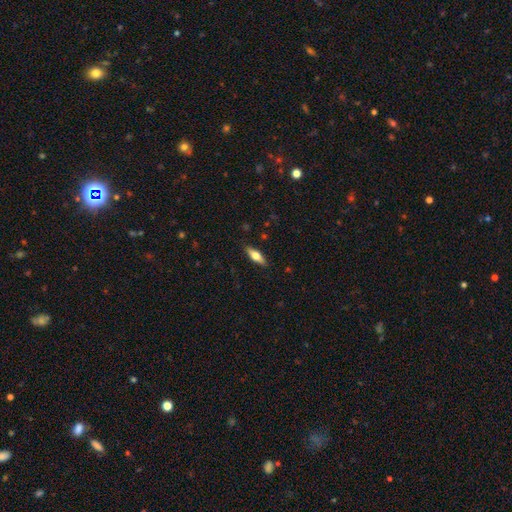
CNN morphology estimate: smooth_or_featured: smooth (p=0.53) [alt: featured or disk p=0.41]
how_rounded: in between (p=0.54) [alt: cigar-shaped p=0.43]
merging: none (p=0.88) [alt: minor disturbance p=0.09]